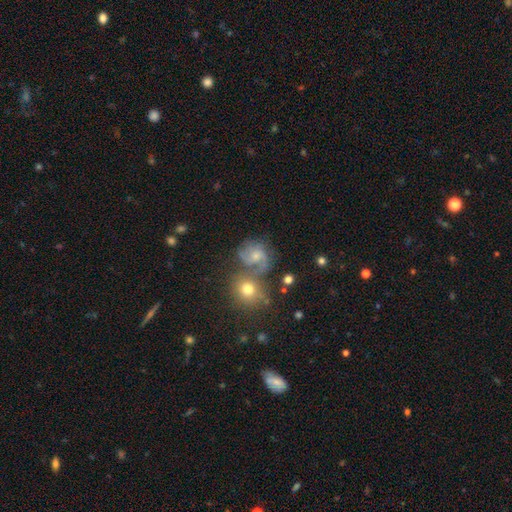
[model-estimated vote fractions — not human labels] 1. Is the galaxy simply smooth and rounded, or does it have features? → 54% featured or disk, 34% smooth, 13% star or artifact.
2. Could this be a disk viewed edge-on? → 98% no, 2% yes.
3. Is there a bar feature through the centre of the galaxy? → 66% no, 29% weak, 5% strong.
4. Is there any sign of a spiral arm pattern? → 86% yes, 14% no.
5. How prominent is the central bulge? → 49% small, 38% moderate, 7% none, 4% large, 2% dominant.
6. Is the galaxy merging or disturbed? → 46% none, 24% merger, 17% minor disturbance, 12% major disturbance.